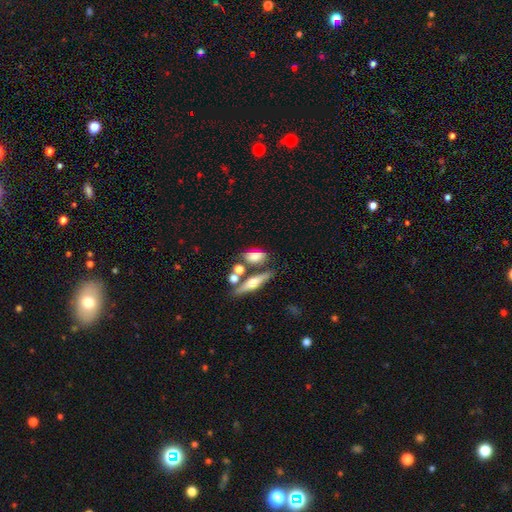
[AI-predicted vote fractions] smooth-or-featured: smooth: 67% | featured or disk: 24% | star or artifact: 9%
  how-rounded: in between: 71% | cigar-shaped: 16% | round: 13%
  merging: none: 57% | merger: 23% | minor disturbance: 14% | major disturbance: 6%